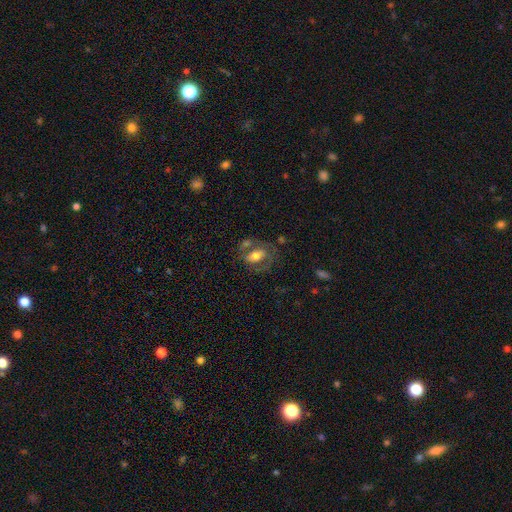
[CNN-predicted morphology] Smooth or featured?
  - smooth: 49% *
  - featured or disk: 43%
  - star or artifact: 8%
Merging?
  - none: 46% *
  - minor disturbance: 19%
  - merger: 18%
  - major disturbance: 17%